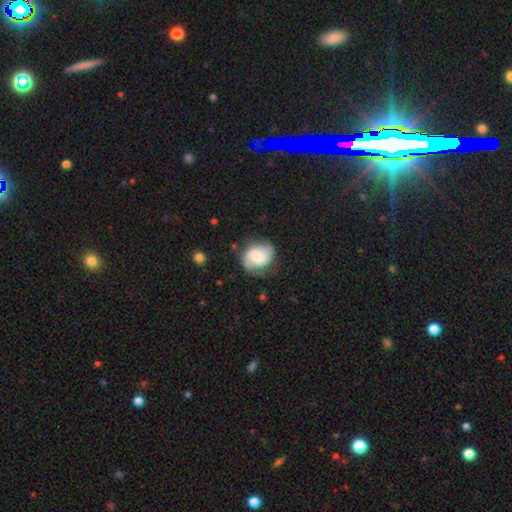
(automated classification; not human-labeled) Overall: featured or disk (67%). Edge-on disk: no (98%). Bar: no (47%; weak 40%). Spiral arms: yes (92%). Spiral arm count: 2 (86%). Spiral winding: medium (46%; tight 28%). Bulge size: moderate (38%; small 27%). Merging: none (69%).